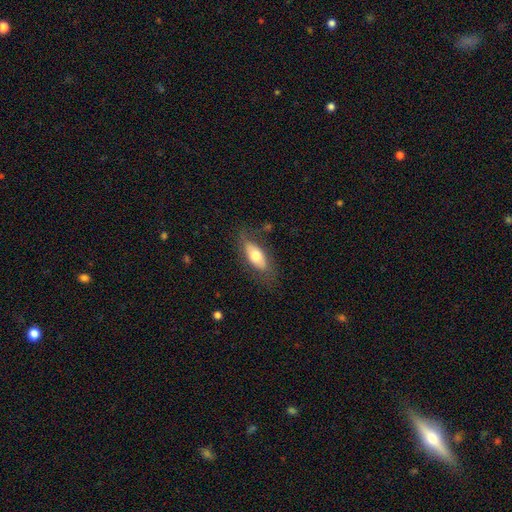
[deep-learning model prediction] Morphology: type=smooth (64%); roundness=in between (82%); merging=none (71%).